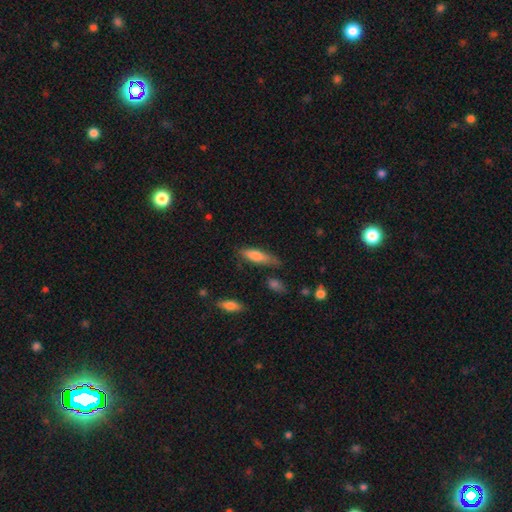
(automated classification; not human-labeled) Smooth or featured: smooth — 77% (featured or disk — 16%)
How rounded: cigar-shaped — 54% (in between — 44%)
Merging: none — 57% (minor disturbance — 30%)